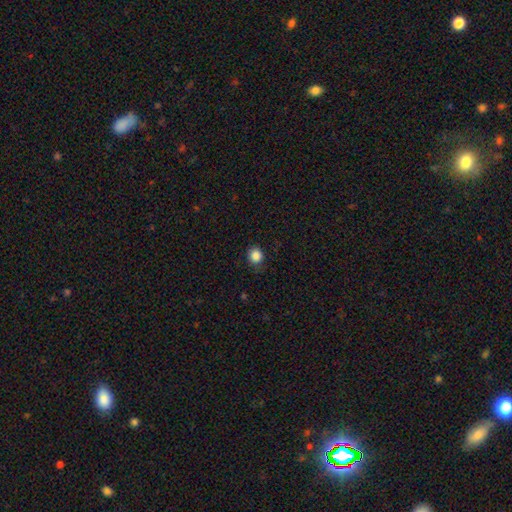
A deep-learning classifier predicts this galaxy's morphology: Smooth or featured? smooth (86%)
How rounded? round (84%)
Merging? none (85%)